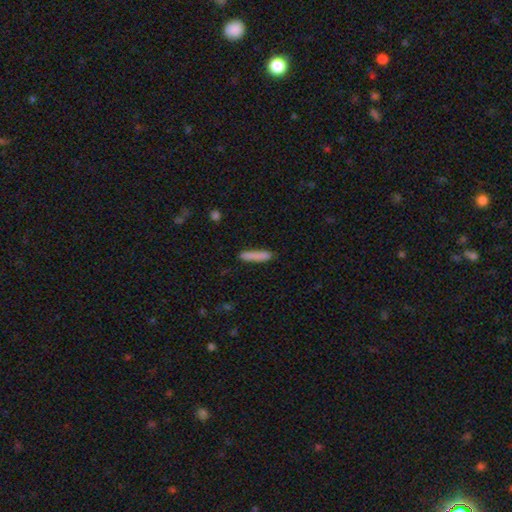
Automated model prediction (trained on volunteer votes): This appears to be a smooth galaxy with no disk features (84%) that is cigar-shaped (89%). Merging: none (82%).